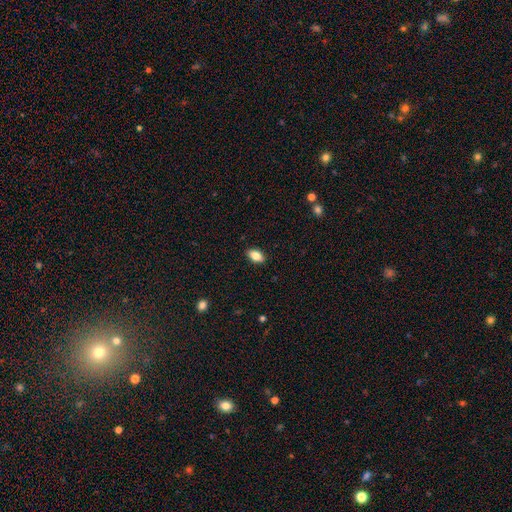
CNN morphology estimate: A smooth galaxy with no disk features (83%) that is in between round and cigar-shaped (90%).

Vote fractions:
- Smooth or featured? smooth: 83% / featured or disk: 9% / star or artifact: 8%
- How rounded? in between: 90% / round: 6% / cigar-shaped: 4%
- Merging? none: 89% / minor disturbance: 8% / major disturbance: 2% / merger: 1%